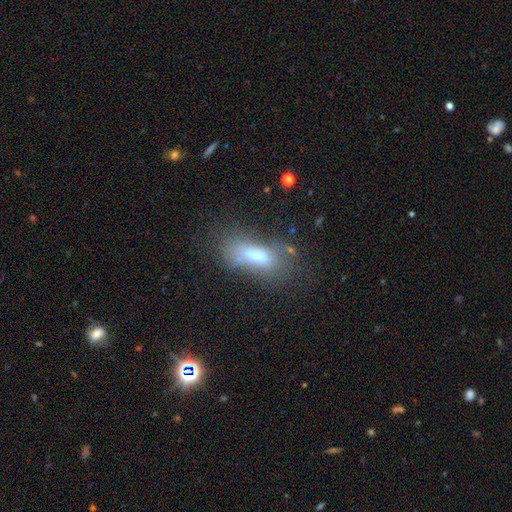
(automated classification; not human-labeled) This is likely a smooth galaxy (61%). How rounded: likely in between (69%). Merging: marginally none (43%).